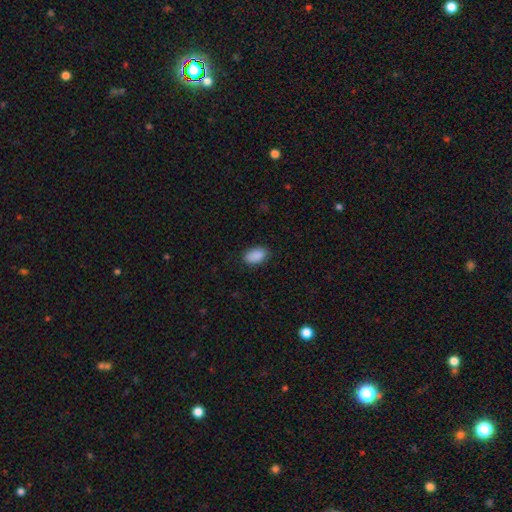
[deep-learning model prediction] Q: Smooth or featured?
A: smooth (90%); runner-up: star or artifact (7%)
Q: How rounded?
A: in between (93%); runner-up: round (6%)
Q: Merging?
A: none (85%); runner-up: minor disturbance (12%)